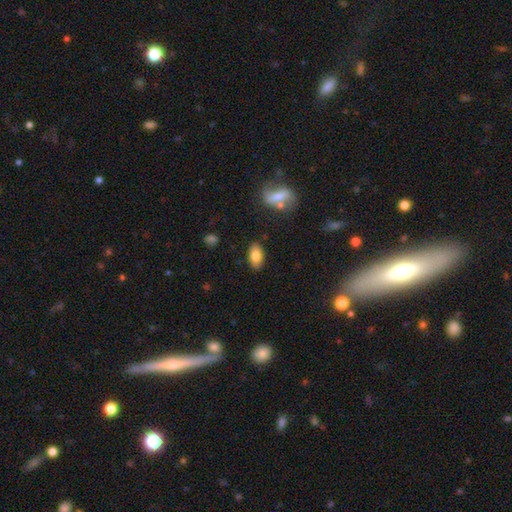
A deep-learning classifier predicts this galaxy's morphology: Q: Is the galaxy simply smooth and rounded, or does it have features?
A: smooth — 81%.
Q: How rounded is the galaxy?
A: in between — 92%.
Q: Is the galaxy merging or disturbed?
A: none — 85%.